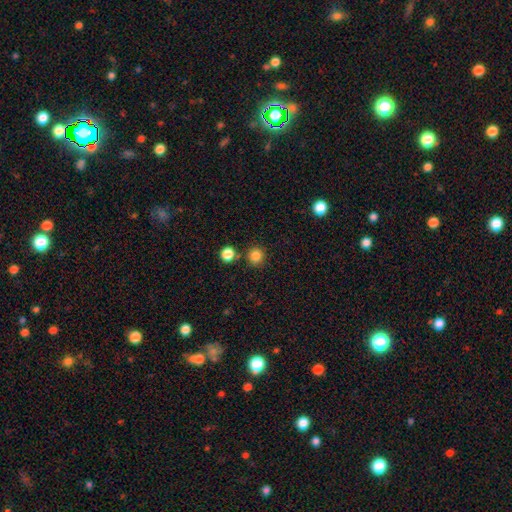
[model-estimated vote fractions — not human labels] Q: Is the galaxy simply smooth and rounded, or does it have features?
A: smooth — 83%.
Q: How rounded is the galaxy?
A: round — 92%.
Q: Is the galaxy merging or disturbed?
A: none — 82%.